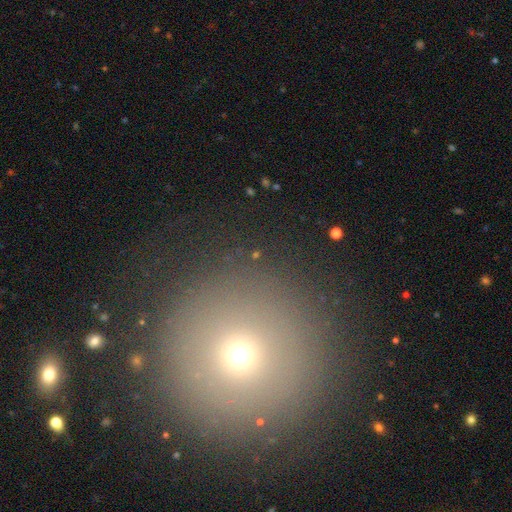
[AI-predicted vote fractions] Overall: star or artifact (53%; smooth 34%).